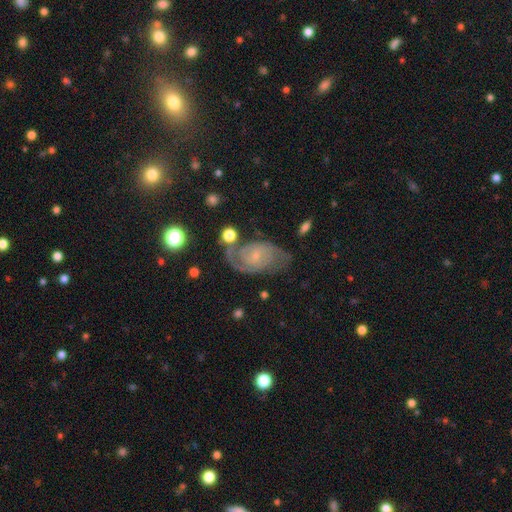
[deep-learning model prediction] Smooth or featured? Predicted: featured or disk (p=0.84). Edge-on disk? Predicted: no (p=0.97). Bar? Predicted: no (p=0.65). Spiral arms? Predicted: yes (p=0.96). Spiral winding? Predicted: tight (p=0.48). Spiral arm count? Predicted: 2 (p=0.79). Bulge size? Predicted: small (p=0.76). Merging? Predicted: none (p=0.65).